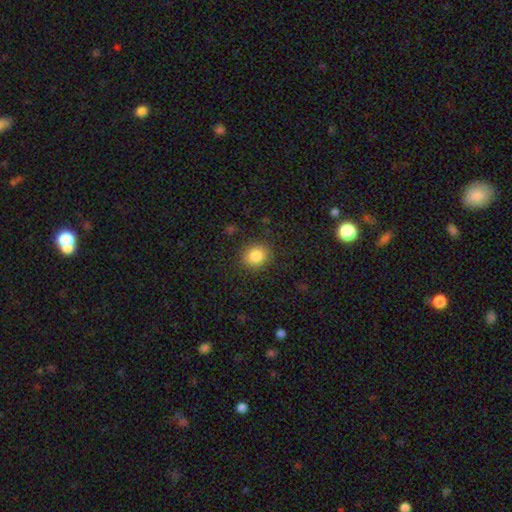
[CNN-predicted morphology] This appears to be a smooth galaxy with no disk features (86%) that is round (70%). Merging: none (86%).